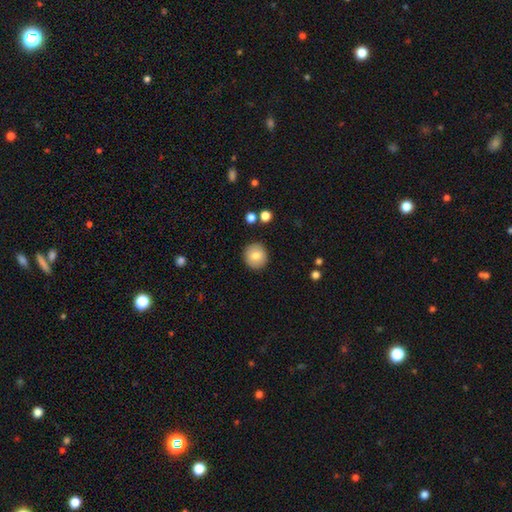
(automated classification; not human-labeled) Smooth or featured? smooth (81%)
How rounded? round (91%)
Merging? none (90%)